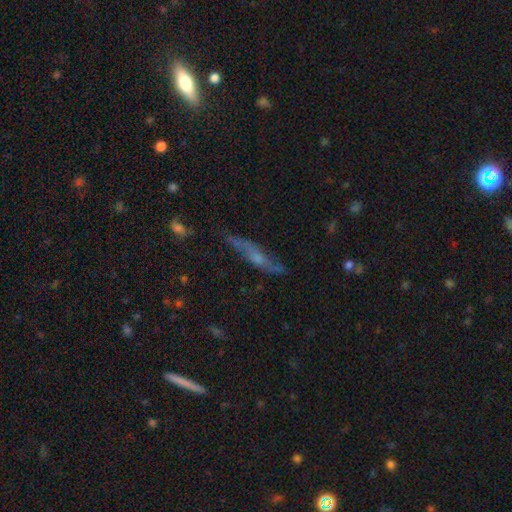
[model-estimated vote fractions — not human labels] The model was most divided on "smooth or featured": featured or disk: 59%, smooth: 28%, star or artifact: 13%. More confident: merging — none (69%); edge-on disk — yes (67%).